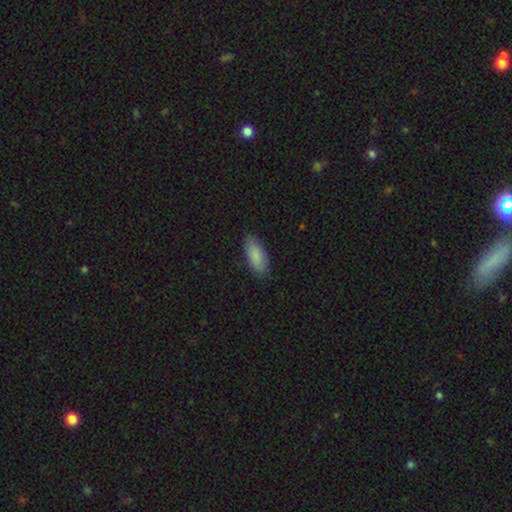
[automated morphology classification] Smooth or featured?
  - smooth: 88% *
  - featured or disk: 6%
  - star or artifact: 6%
How rounded?
  - in between: 82% *
  - cigar-shaped: 16%
  - round: 2%
Merging?
  - none: 84% *
  - minor disturbance: 13%
  - major disturbance: 2%
  - merger: 1%